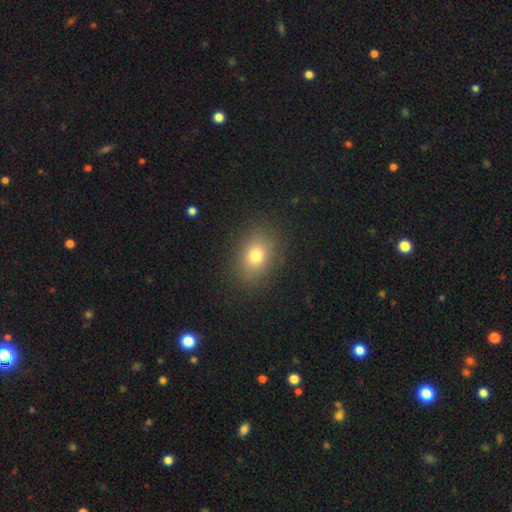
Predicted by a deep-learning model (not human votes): smooth-or-featured: smooth: 76% | star or artifact: 12% | featured or disk: 11%
  how-rounded: in between: 60% | round: 38% | cigar-shaped: 1%
  merging: none: 85% | minor disturbance: 10% | major disturbance: 4% | merger: 1%